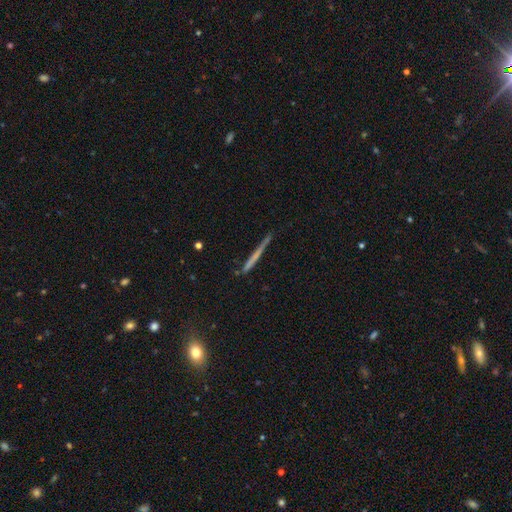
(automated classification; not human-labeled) Smooth or featured?
  - featured or disk: 47% *
  - smooth: 46%
  - star or artifact: 7%
Merging?
  - none: 86% *
  - minor disturbance: 10%
  - major disturbance: 2%
  - merger: 2%